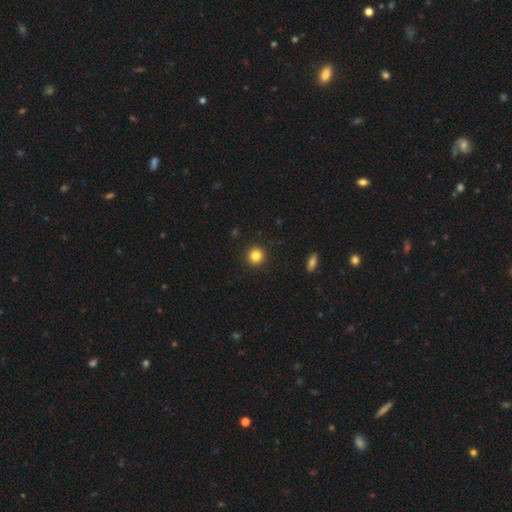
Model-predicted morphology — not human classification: type=smooth (84%); roundness=round (94%); merging=none (93%).